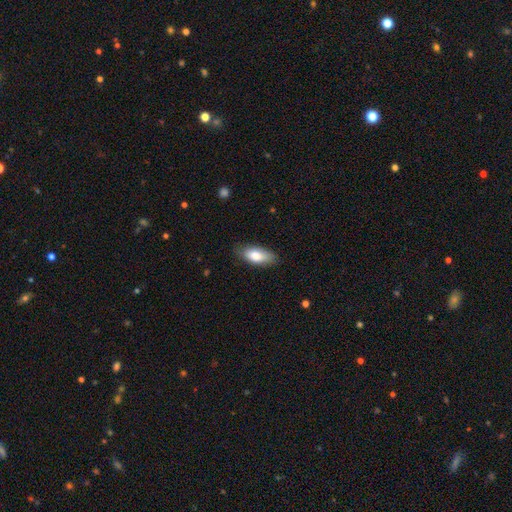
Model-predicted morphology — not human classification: This appears to be a smooth galaxy with no disk features (80%) that is in between round and cigar-shaped (83%). Merging: none (81%).